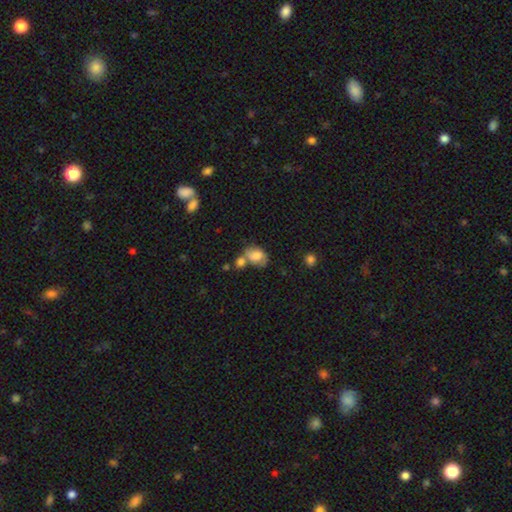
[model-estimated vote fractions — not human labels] smooth_or_featured: smooth (p=0.69) [alt: featured or disk p=0.21]
how_rounded: in between (p=0.71) [alt: round p=0.28]
merging: merger (p=0.38) [alt: none p=0.31]